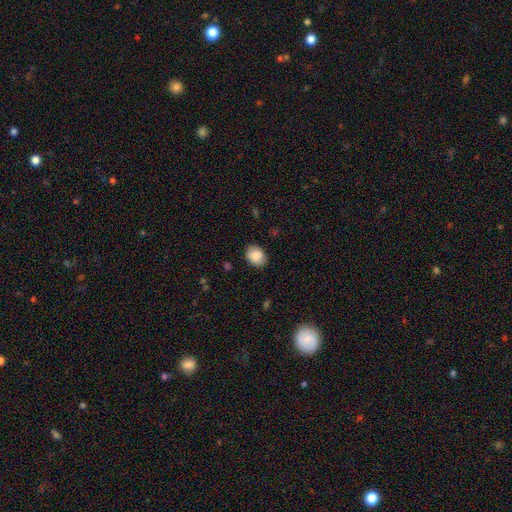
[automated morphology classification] This is clearly a smooth galaxy (87%). How rounded: likely in between (62%). Merging: clearly none (86%).